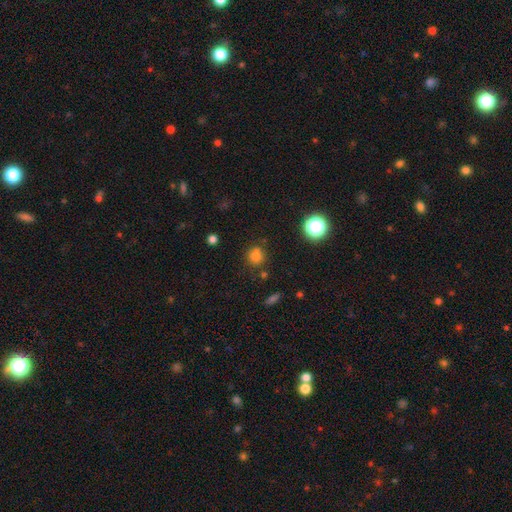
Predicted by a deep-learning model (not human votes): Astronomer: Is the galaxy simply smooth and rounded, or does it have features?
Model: smooth — 75%.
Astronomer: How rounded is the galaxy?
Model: round — 80%.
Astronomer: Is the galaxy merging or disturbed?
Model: none — 72%.